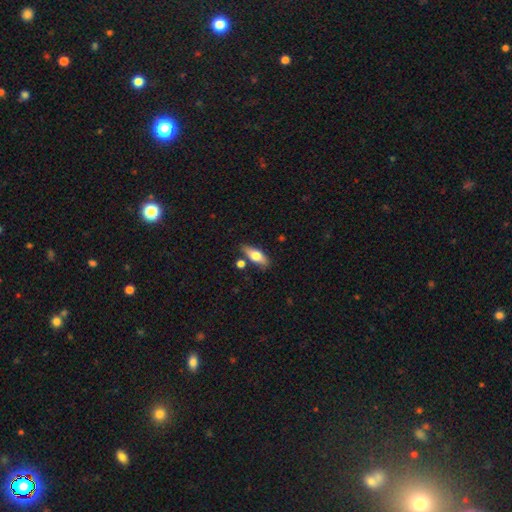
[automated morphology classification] type=smooth (64%); roundness=in between (70%); merging=none (76%).